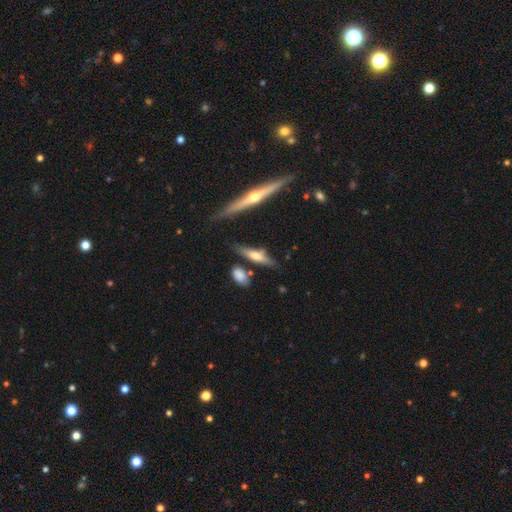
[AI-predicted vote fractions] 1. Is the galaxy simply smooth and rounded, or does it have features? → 48% featured or disk, 46% smooth, 7% star or artifact.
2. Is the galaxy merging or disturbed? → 69% none, 17% minor disturbance, 9% merger, 5% major disturbance.